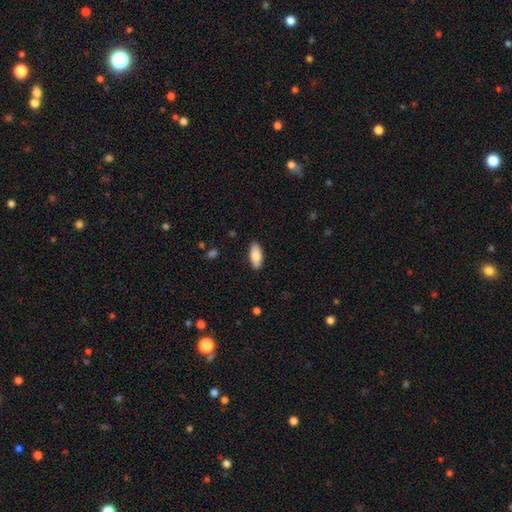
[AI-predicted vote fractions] smooth_or_featured: smooth (p=0.82) [alt: featured or disk p=0.12]
how_rounded: in between (p=0.85) [alt: cigar-shaped p=0.13]
merging: none (p=0.88) [alt: minor disturbance p=0.09]